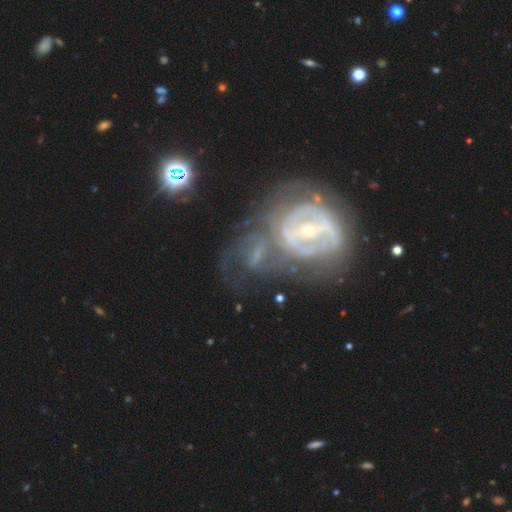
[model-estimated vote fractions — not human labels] Morphology: type=featured or disk (78%); edge-on=no (95%); bar=strong (56%); spiral arms=yes (78%); winding=tight (44%); arm count=2 (40%); bulge=small (69%); merging=none (33%).